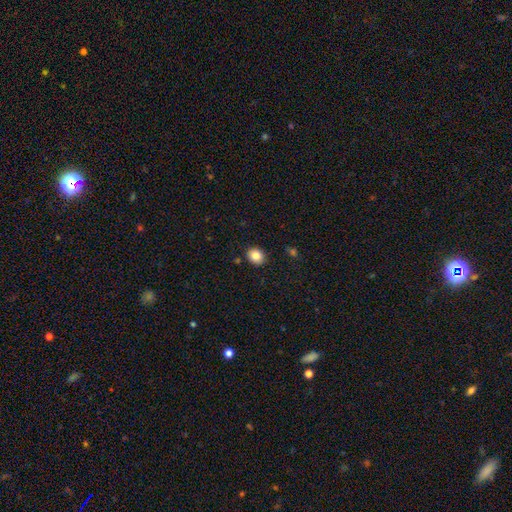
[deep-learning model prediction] The model was most divided on "how rounded": round: 64%, in between: 36%, cigar-shaped: 1%. More confident: merging — none (89%); smooth or featured — smooth (84%).